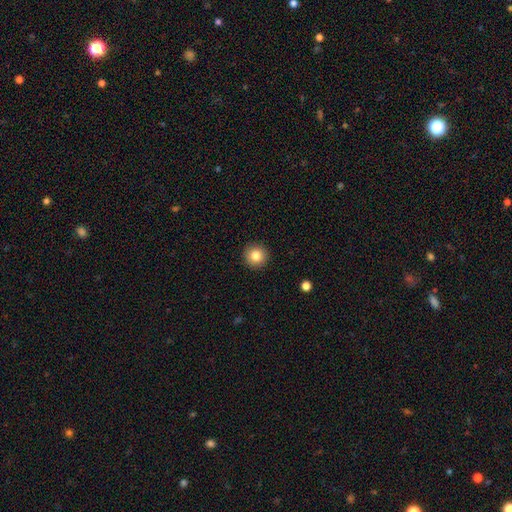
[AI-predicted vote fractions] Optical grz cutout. It shows a smooth galaxy with no disk features (83%) that is round (95%). Merging: none (93%).